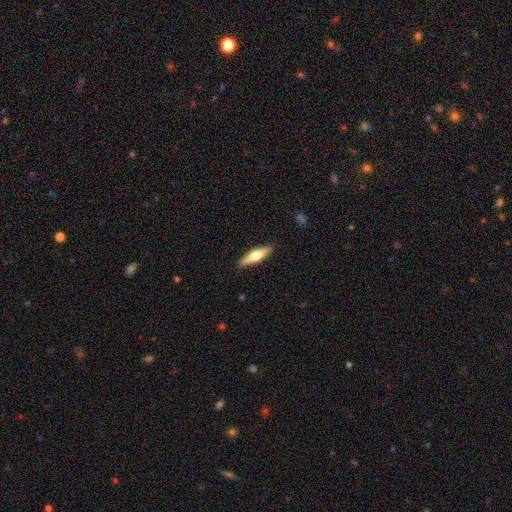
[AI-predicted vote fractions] Smooth or featured?
  - smooth: 47% * (tied)
  - featured or disk: 47% * (tied)
  - star or artifact: 5%
Merging?
  - none: 90% *
  - minor disturbance: 7%
  - major disturbance: 2%
  - merger: 1%